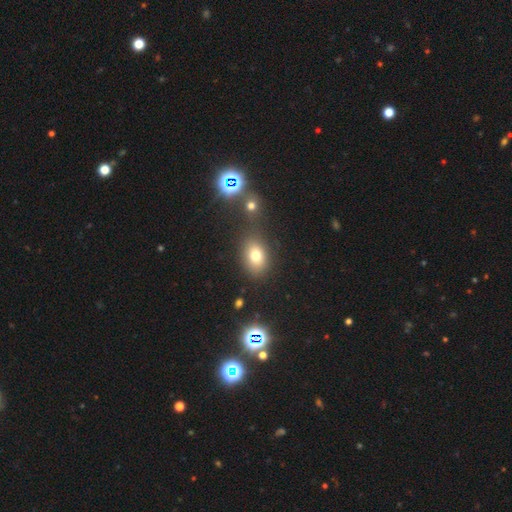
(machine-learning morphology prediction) type=smooth (74%); roundness=in between (70%); merging=none (75%).